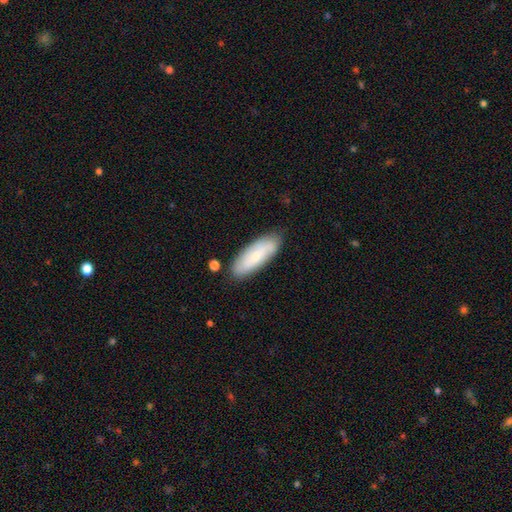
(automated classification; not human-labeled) smooth_or_featured: smooth (p=0.59) [alt: featured or disk p=0.36]
how_rounded: in between (p=0.69) [alt: cigar-shaped p=0.29]
merging: none (p=0.80) [alt: minor disturbance p=0.15]